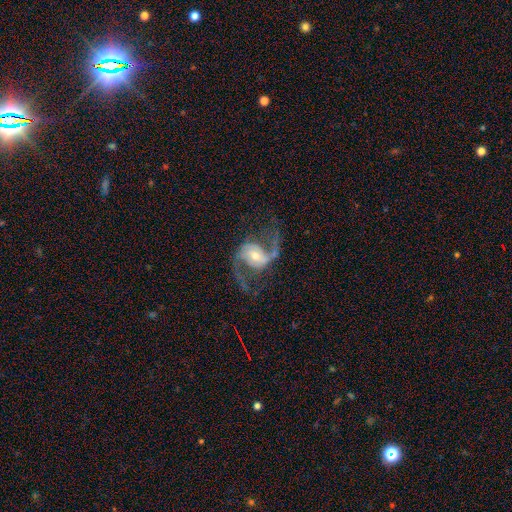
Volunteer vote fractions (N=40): Overall: featured or disk (98%). Edge-on disk: no (97%). Bar: weak (39%; no 32%). Spiral arms: yes (95%). Spiral arm count: 2 (97%). Spiral winding: loose (72%). Bulge size: moderate (68%). Merging: none (62%; minor disturbance 23%).